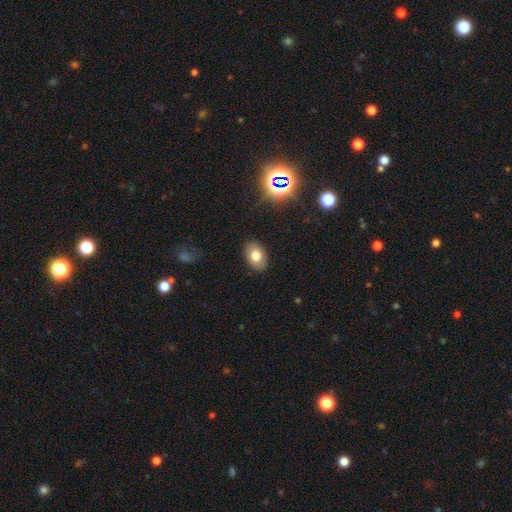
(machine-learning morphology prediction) This appears to be a smooth galaxy with no disk features (75%) that is in between round and cigar-shaped (85%). Merging: none (87%).